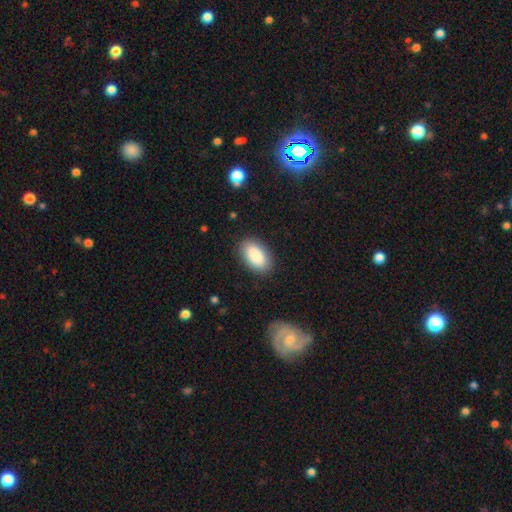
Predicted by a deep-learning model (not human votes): Smooth or featured?
  - smooth: 90% *
  - star or artifact: 6%
  - featured or disk: 4%
How rounded?
  - in between: 95% *
  - round: 4%
  - cigar-shaped: 2%
Merging?
  - none: 88% *
  - minor disturbance: 9%
  - major disturbance: 3%
  - merger: 1%